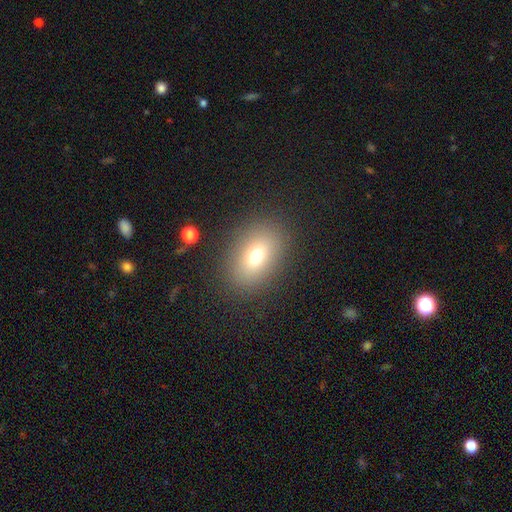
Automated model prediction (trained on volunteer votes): The model was most divided on "how rounded": in between: 72%, round: 26%, cigar-shaped: 1%. More confident: merging — none (85%); smooth or featured — smooth (72%).